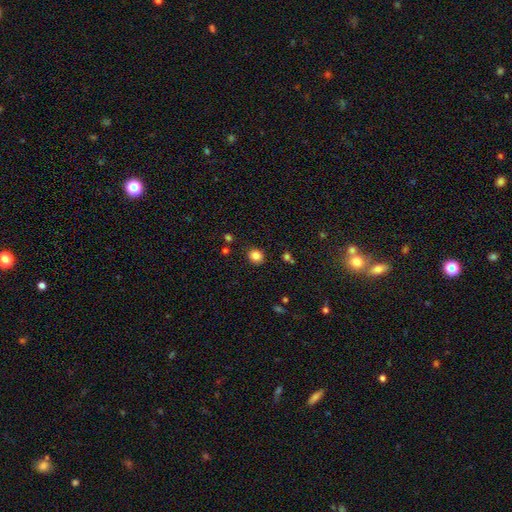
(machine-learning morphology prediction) Smooth or featured? smooth (84%)
How rounded? round (72%)
Merging? none (87%)